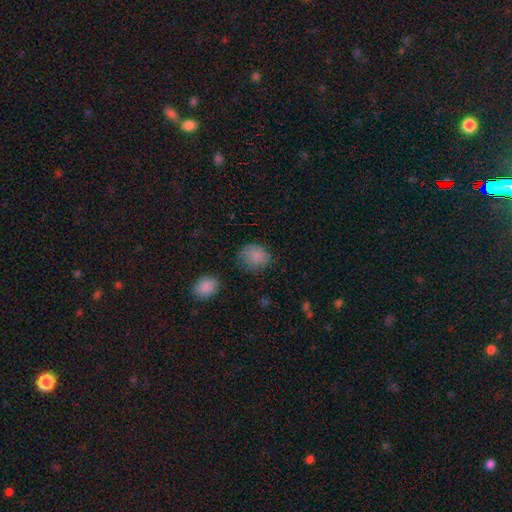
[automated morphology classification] Smooth or featured: smooth — 84% (star or artifact — 9%)
How rounded: round — 63% (in between — 36%)
Merging: none — 69% (minor disturbance — 22%)